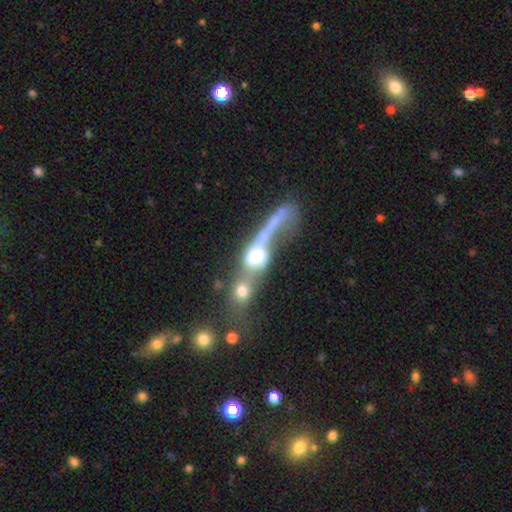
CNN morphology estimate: Smooth or featured? Predicted: featured or disk (p=0.46). Merging? Predicted: merger (p=0.73).